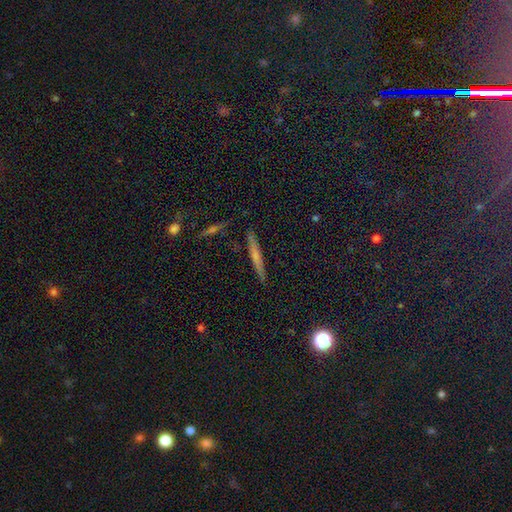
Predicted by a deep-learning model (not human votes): Q: Smooth or featured?
A: featured or disk (50%); runner-up: smooth (39%)
Q: Merging?
A: none (89%); runner-up: minor disturbance (8%)